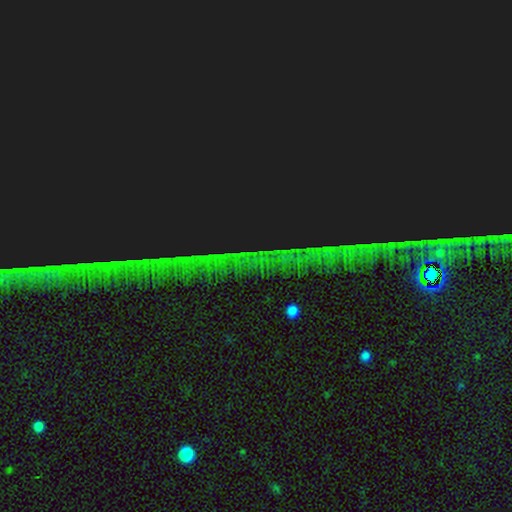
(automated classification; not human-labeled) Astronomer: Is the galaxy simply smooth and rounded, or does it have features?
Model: star or artifact — 85%.